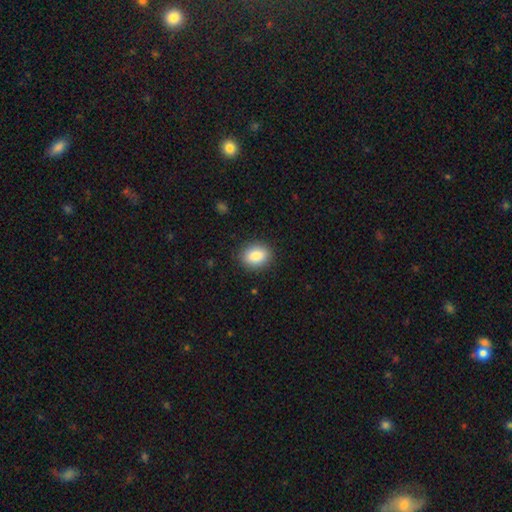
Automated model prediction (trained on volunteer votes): This is clearly a smooth galaxy (86%). How rounded: possibly in between (55%). Merging: clearly none (88%).